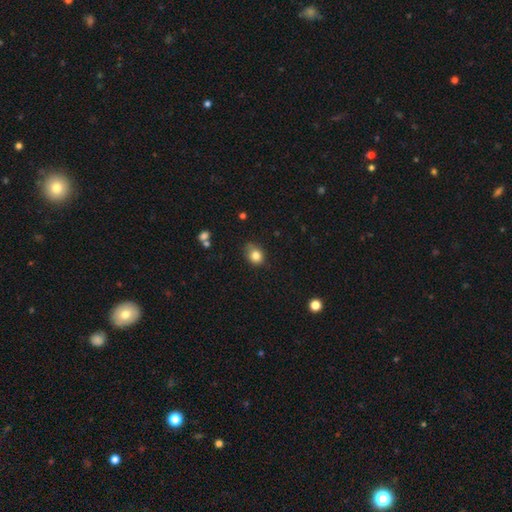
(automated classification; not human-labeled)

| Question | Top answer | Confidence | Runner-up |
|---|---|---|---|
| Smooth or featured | smooth | 82% | star or artifact (11%) |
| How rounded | round | 55% | in between (44%) |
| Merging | none | 64% | minor disturbance (28%) |